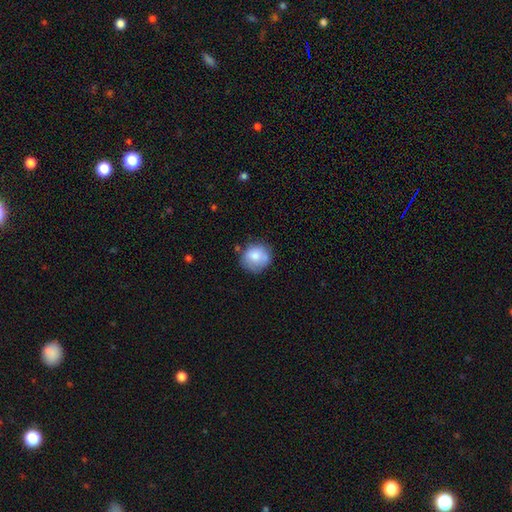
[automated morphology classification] type=smooth (78%); roundness=round (87%); merging=none (66%).